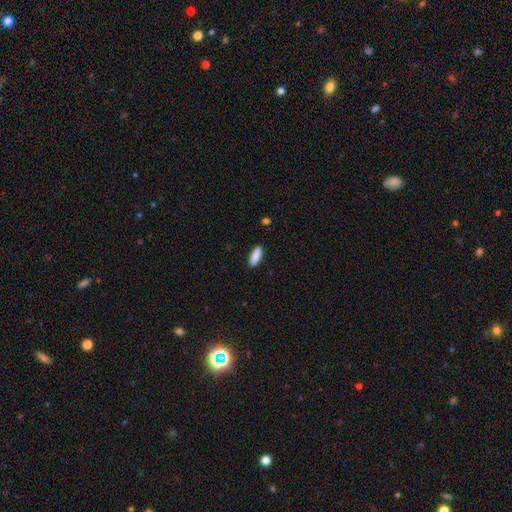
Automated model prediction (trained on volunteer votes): Smooth or featured? Predicted: smooth (p=0.89). How rounded? Predicted: in between (p=0.56). Merging? Predicted: none (p=0.88).